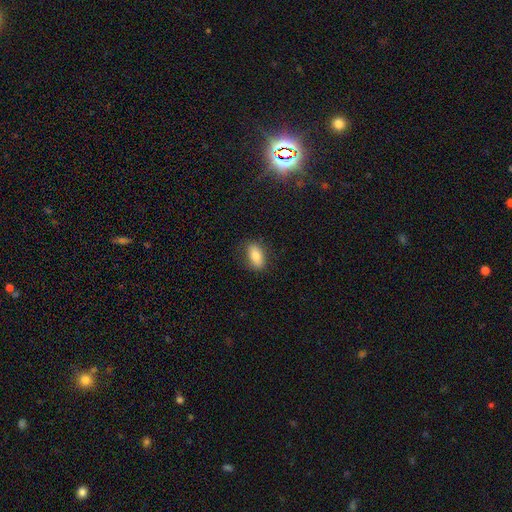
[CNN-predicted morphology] Smooth or featured? Predicted: smooth (p=0.81). How rounded? Predicted: in between (p=0.87). Merging? Predicted: none (p=0.84).